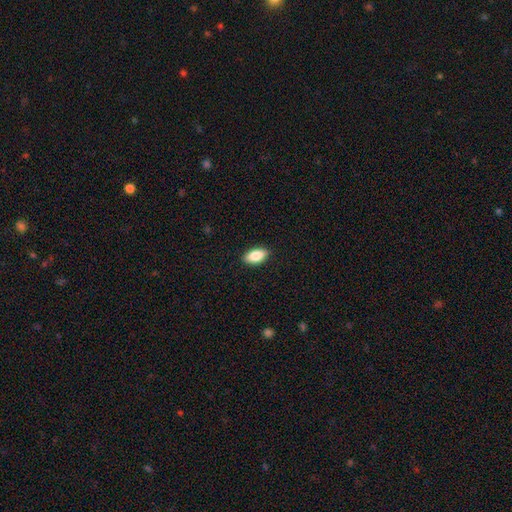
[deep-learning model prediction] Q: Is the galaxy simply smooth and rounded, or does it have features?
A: smooth — 85%.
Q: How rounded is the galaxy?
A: in between — 92%.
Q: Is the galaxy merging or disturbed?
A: none — 89%.